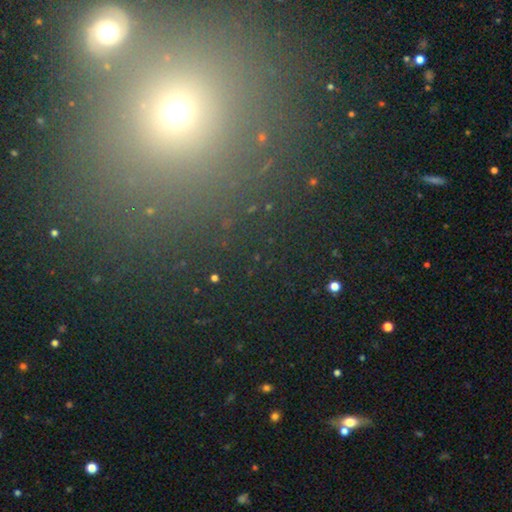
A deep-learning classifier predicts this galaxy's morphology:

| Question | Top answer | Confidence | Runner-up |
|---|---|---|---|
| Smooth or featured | star or artifact | 52% | smooth (40%) |